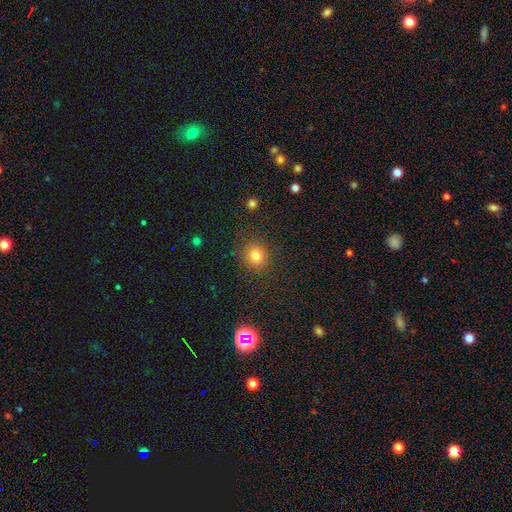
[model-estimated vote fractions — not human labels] Overall: smooth (79%). How rounded: round (80%). Merging: none (86%).